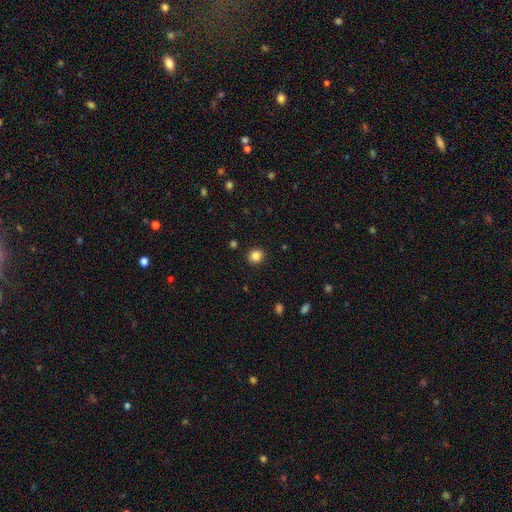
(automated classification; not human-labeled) Overall: smooth (84%). How rounded: round (81%). Merging: none (90%).